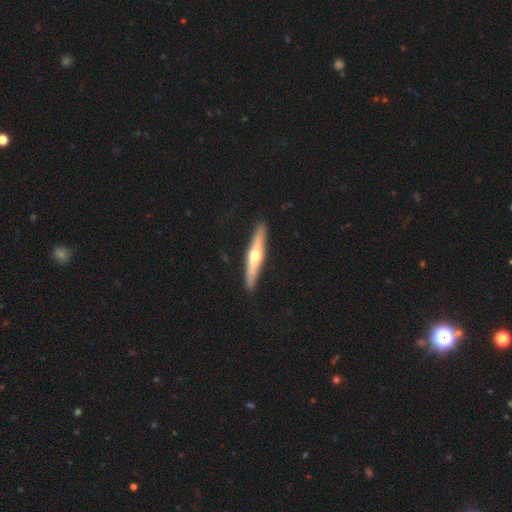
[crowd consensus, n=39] Q: Smooth or featured?
A: featured or disk (62%); runner-up: smooth (33%)
Q: Edge-on disk?
A: yes (100%)
Q: Edge-on bulge?
A: rounded (88%); runner-up: none (8%)
Q: Merging?
A: none (84%); runner-up: minor disturbance (11%)